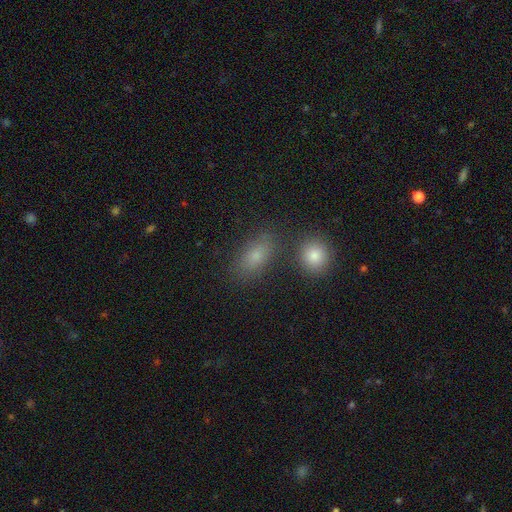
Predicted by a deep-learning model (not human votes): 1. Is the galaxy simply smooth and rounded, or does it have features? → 76% smooth, 13% star or artifact, 11% featured or disk.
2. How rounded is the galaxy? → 83% in between, 10% round, 7% cigar-shaped.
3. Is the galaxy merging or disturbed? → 73% none, 13% minor disturbance, 10% merger, 4% major disturbance.